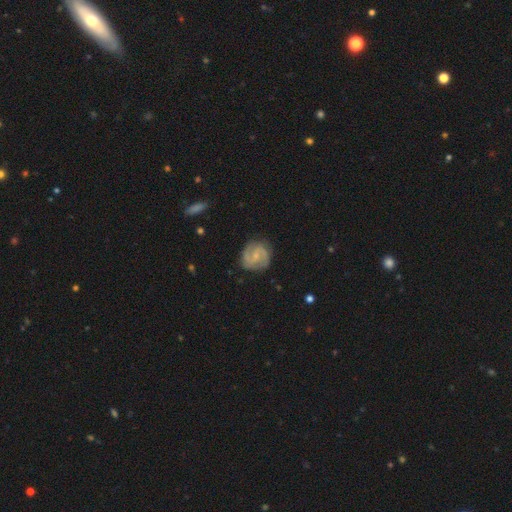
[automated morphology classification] This appears to be a featured or disk galaxy (81%) with a weak bar (48%), 2 (86%) medium (50%) spiral arms (96%) and a small central bulge (68%). Merging: none (82%).